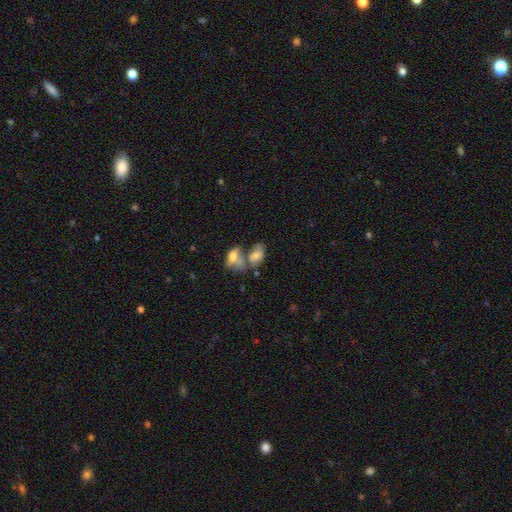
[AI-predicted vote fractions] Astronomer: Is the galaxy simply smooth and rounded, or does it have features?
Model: smooth — 69%.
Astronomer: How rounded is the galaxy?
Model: in between — 87%.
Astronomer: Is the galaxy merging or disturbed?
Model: merger — 56%.